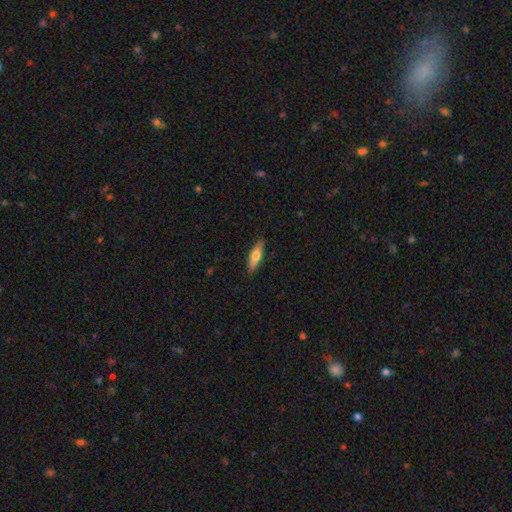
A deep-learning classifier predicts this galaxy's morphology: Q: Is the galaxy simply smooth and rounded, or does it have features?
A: smooth — 66%.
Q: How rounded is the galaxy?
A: cigar-shaped — 57%.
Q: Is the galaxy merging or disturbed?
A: none — 88%.